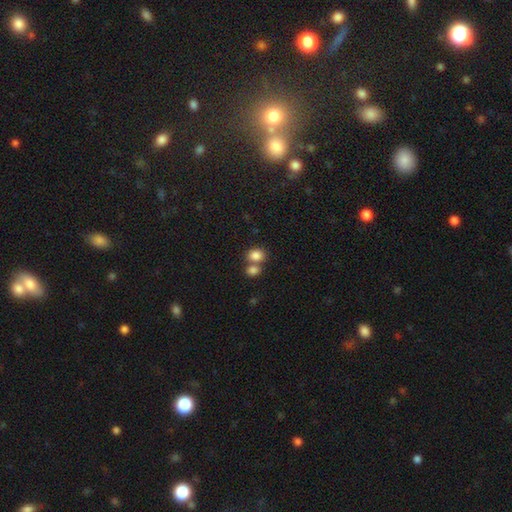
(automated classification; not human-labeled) A smooth galaxy with no disk features (84%) that is in between round and cigar-shaped (50%). Merging: merger (45%).